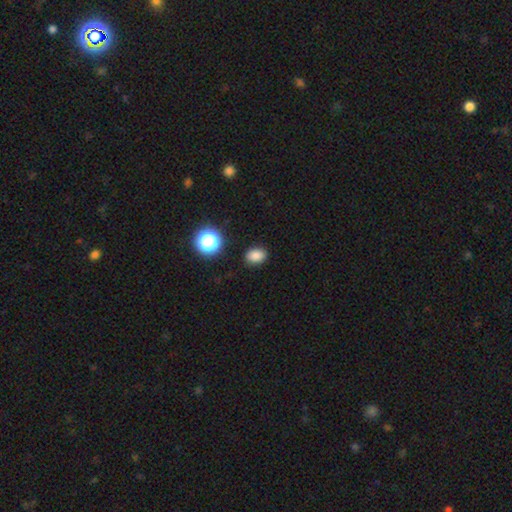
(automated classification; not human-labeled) Smooth or featured? smooth (82%)
How rounded? in between (69%)
Merging? none (87%)